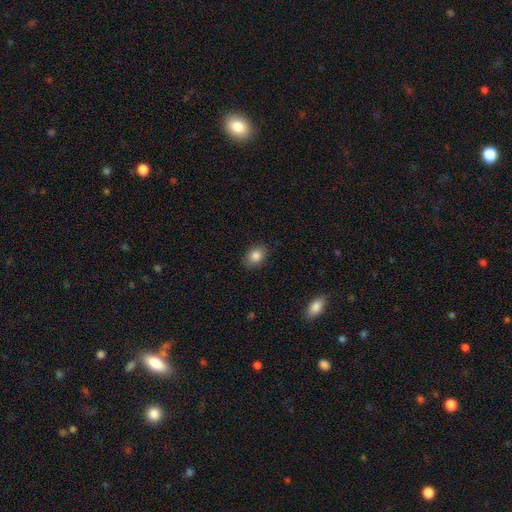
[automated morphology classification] The model was most divided on "how rounded": in between: 75%, round: 24%, cigar-shaped: 1%. More confident: merging — none (86%); smooth or featured — smooth (85%).